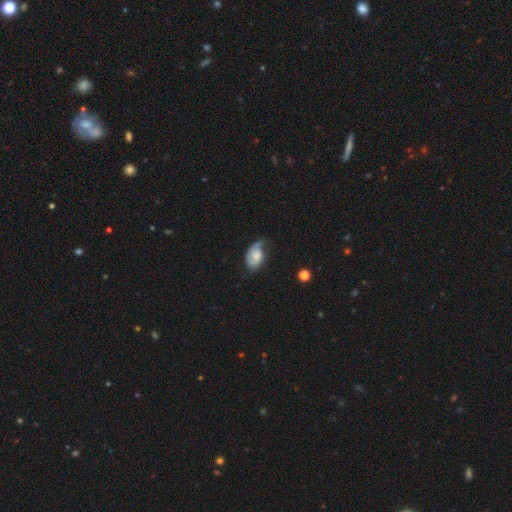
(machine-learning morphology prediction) Q: Smooth or featured?
A: smooth (49%); runner-up: featured or disk (43%)
Q: Merging?
A: none (39%); runner-up: minor disturbance (37%)